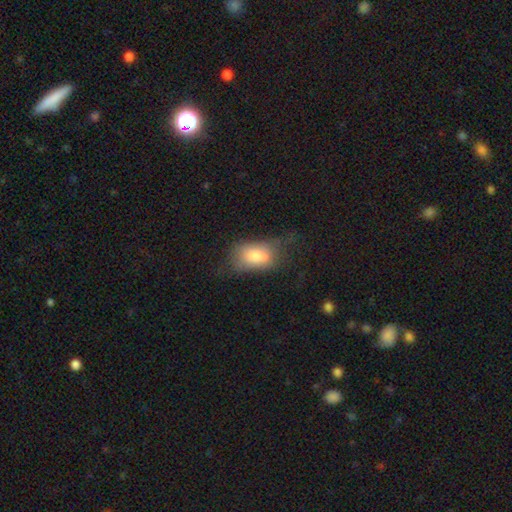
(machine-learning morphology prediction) A smooth galaxy with no disk features (72%) that is in between round and cigar-shaped (85%). Merging: none (40%).